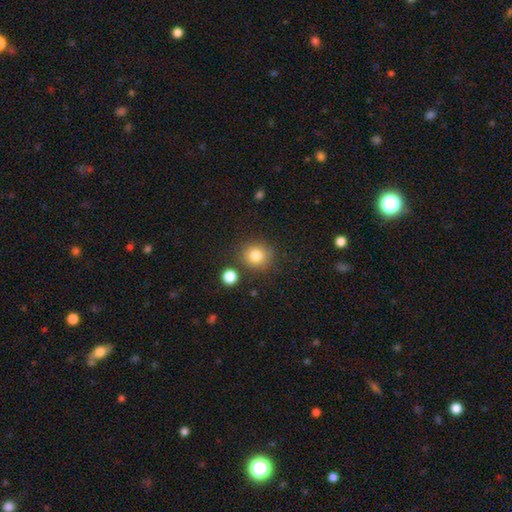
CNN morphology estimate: The model was most divided on "smooth or featured": smooth: 81%, star or artifact: 12%, featured or disk: 8%. More confident: how rounded — round (85%); merging — none (82%).